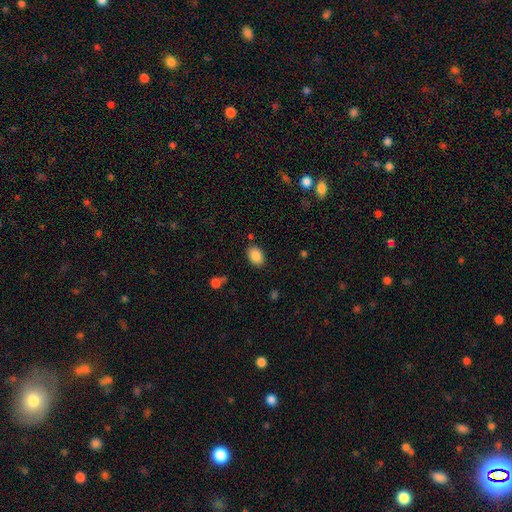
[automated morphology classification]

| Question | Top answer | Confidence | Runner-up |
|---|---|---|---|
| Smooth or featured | smooth | 88% | star or artifact (8%) |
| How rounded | in between | 83% | round (16%) |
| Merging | none | 84% | minor disturbance (11%) |